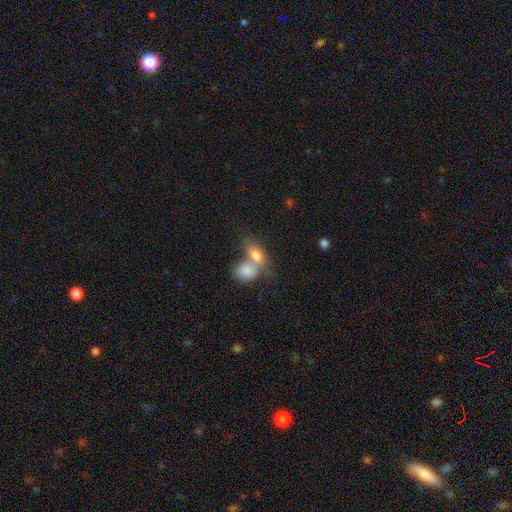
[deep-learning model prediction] Smooth or featured: smooth — 58% (featured or disk — 27%)
How rounded: in between — 57% (round — 35%)
Merging: merger — 65% (none — 23%)